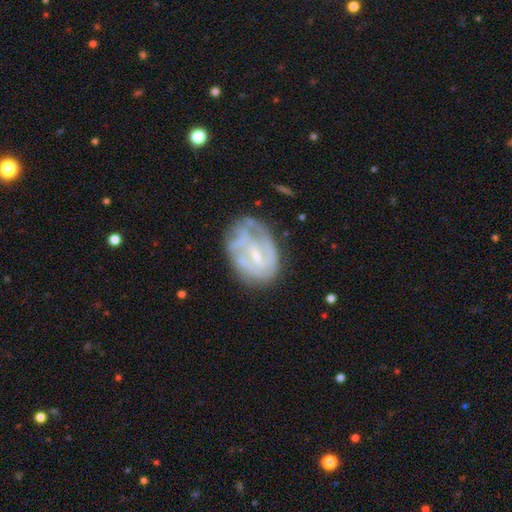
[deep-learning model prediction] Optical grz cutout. It shows a featured or disk galaxy (75%) with a weak bar (49%), tight (49%) spiral arms (71%) and a small central bulge (67%). Merging: none (49%).